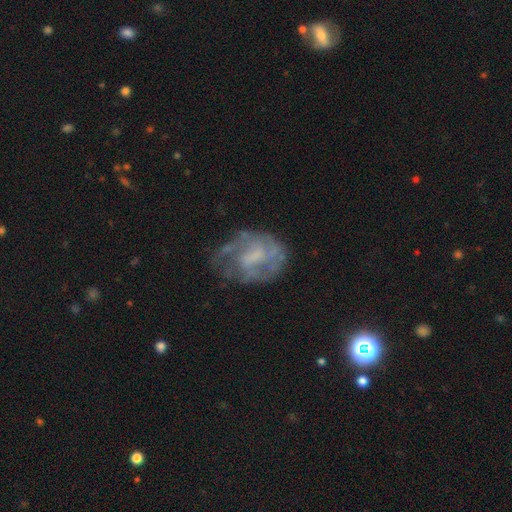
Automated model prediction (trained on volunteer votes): Smooth or featured? featured or disk (69%)
Edge-on disk? no (97%)
Bar? no (48%)
Spiral arms? yes (66%)
Bulge size? none (42%)
Merging? none (51%)